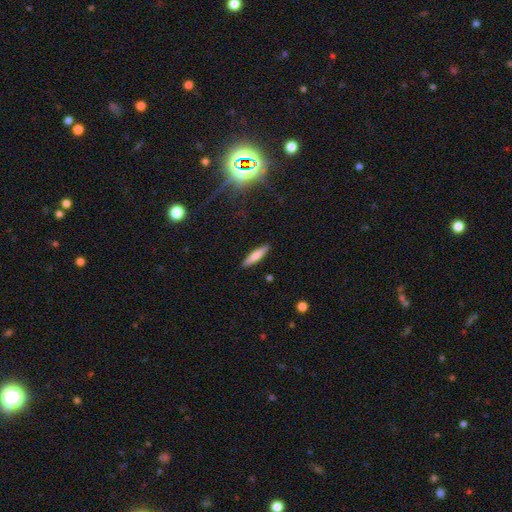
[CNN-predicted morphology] type=smooth (71%); roundness=cigar-shaped (82%); merging=none (90%).